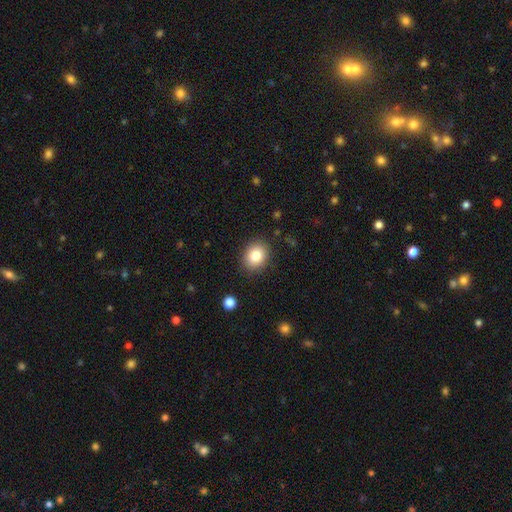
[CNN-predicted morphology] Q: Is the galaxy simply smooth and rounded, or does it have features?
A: smooth — 82%.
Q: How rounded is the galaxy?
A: round — 54%.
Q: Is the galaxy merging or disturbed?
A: none — 87%.